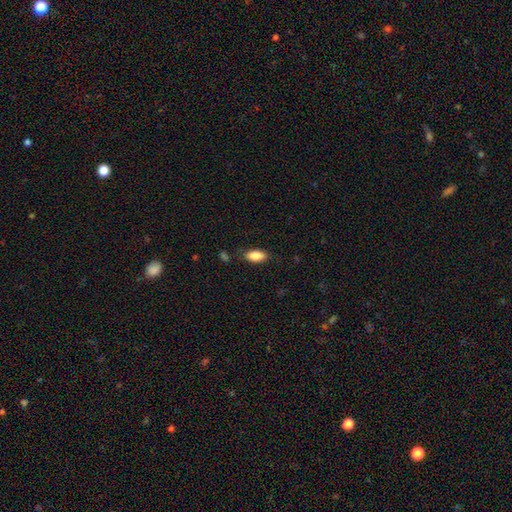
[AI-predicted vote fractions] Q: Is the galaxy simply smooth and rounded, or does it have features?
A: smooth — 88%.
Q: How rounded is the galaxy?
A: in between — 90%.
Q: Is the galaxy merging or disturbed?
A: none — 80%.